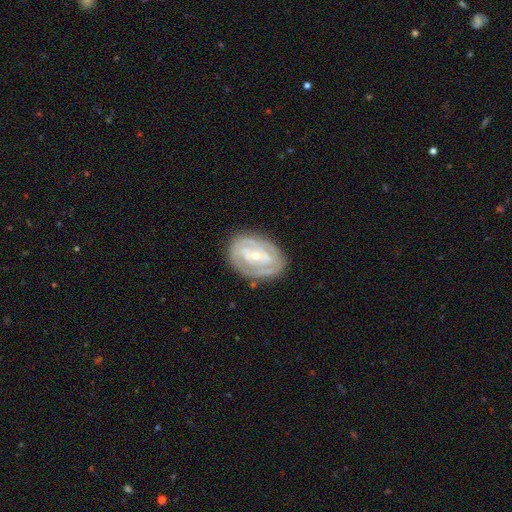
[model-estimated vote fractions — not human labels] A featured or disk galaxy (79%) with no bar (41%), 2 (48%) tight (66%) spiral arms (75%) and a small central bulge (59%).

Vote fractions:
- Smooth or featured? featured or disk: 79% / smooth: 16% / star or artifact: 5%
- Edge-on disk? no: 96% / yes: 4%
- Bar? no: 41% / weak: 36% / strong: 24%
- Spiral arms? yes: 75% / no: 25%
- Spiral winding? tight: 66% / medium: 26% / loose: 8%
- Spiral arm count? 2: 48% / can't tell: 31% / 3: 10% / 1: 5% / 4: 3% / more than 4: 2%
- Bulge size? small: 59% / moderate: 37% / large: 2% / none: 1% / dominant: 1%
- Merging? none: 78% / minor disturbance: 15% / major disturbance: 5% / merger: 2%